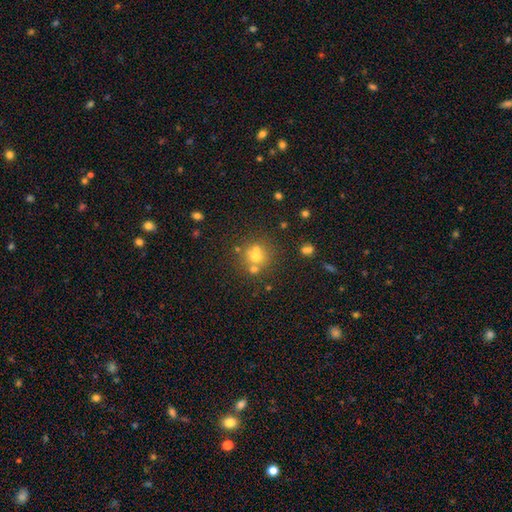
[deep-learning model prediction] This appears to be a smooth galaxy with no disk features (53%) that is round (85%). Merging: none (52%).